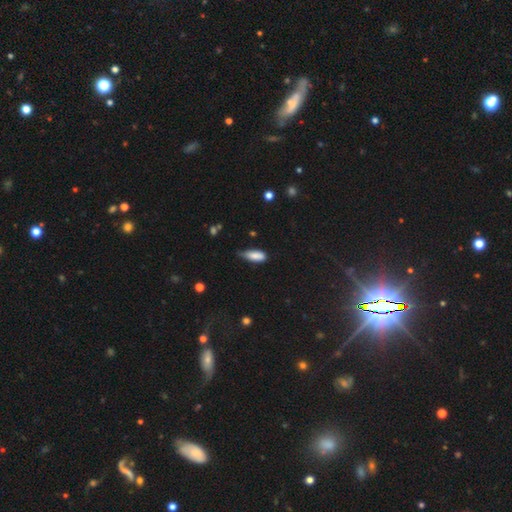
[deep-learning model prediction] Smooth or featured: smooth — 84% (featured or disk — 9%)
How rounded: in between — 74% (cigar-shaped — 24%)
Merging: minor disturbance — 47% (none — 41%)